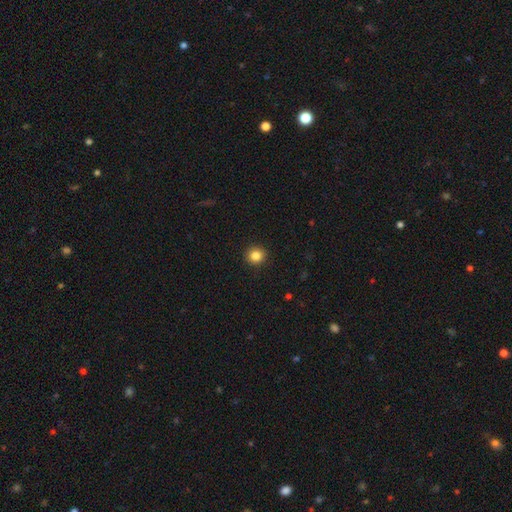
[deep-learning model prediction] Q: Smooth or featured?
A: smooth (84%); runner-up: star or artifact (11%)
Q: How rounded?
A: round (91%); runner-up: in between (8%)
Q: Merging?
A: none (93%); runner-up: minor disturbance (5%)